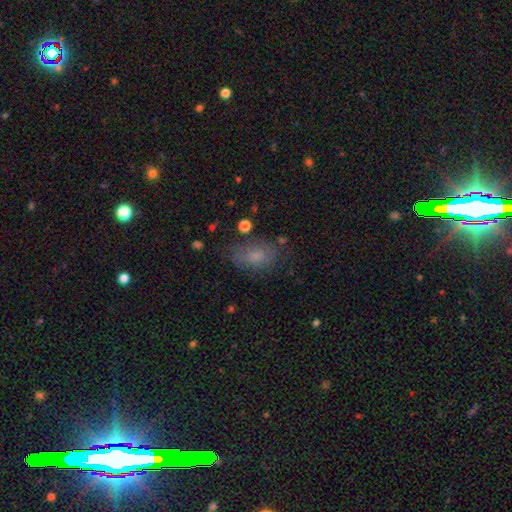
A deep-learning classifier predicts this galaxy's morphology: smooth_or_featured: smooth (p=0.71) [alt: featured or disk p=0.17]
how_rounded: in between (p=0.87) [alt: round p=0.11]
merging: none (p=0.65) [alt: minor disturbance p=0.22]